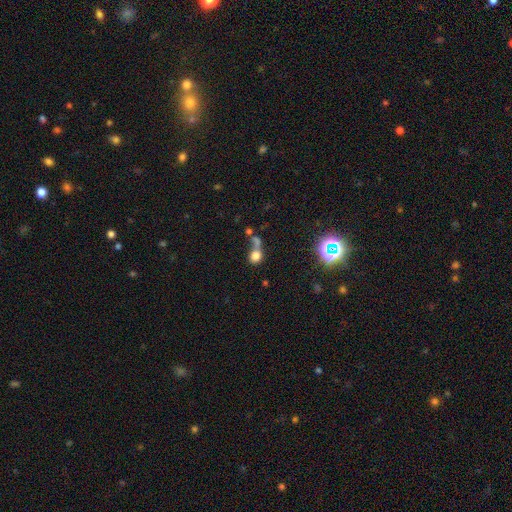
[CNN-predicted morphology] Q: Smooth or featured?
A: smooth (72%); runner-up: star or artifact (15%)
Q: How rounded?
A: round (68%); runner-up: in between (30%)
Q: Merging?
A: merger (46%); runner-up: none (30%)